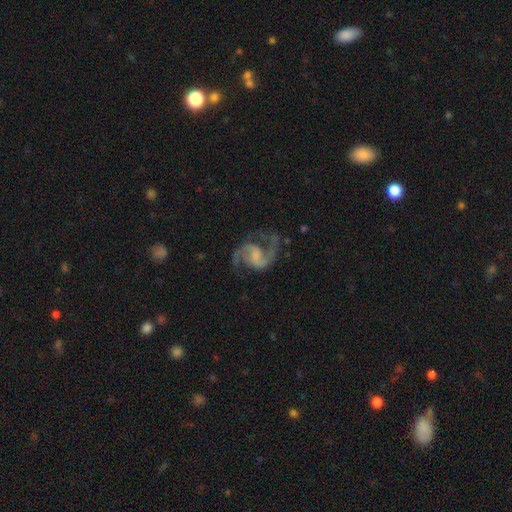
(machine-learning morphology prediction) A featured or disk galaxy (92%) with a weak bar (48%), 2 (93%) medium (58%) spiral arms (98%) and no central bulge (41%).

Vote fractions:
- Smooth or featured? featured or disk: 92% / star or artifact: 5% / smooth: 4%
- Edge-on disk? no: 98% / yes: 2%
- Bar? weak: 48% / no: 38% / strong: 15%
- Spiral arms? yes: 98% / no: 2%
- Spiral winding? medium: 58% / loose: 32% / tight: 10%
- Spiral arm count? 2: 93% / can't tell: 2% / 3: 2% / 1: 1% / 4: 1% / more than 4: 1%
- Bulge size? none: 41% / small: 32% / moderate: 21% / large: 5% / dominant: 1%
- Merging? none: 73% / minor disturbance: 15% / major disturbance: 10% / merger: 2%